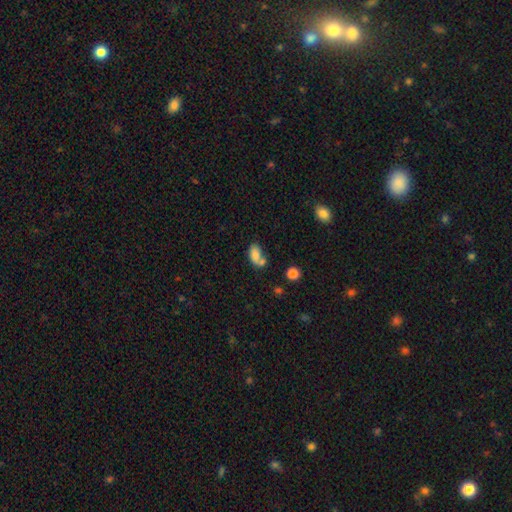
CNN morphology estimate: Smooth or featured?
  - smooth: 75% *
  - featured or disk: 15%
  - star or artifact: 10%
How rounded?
  - in between: 89% *
  - round: 7%
  - cigar-shaped: 4%
Merging?
  - merger: 40% *
  - none: 33%
  - minor disturbance: 17%
  - major disturbance: 10%